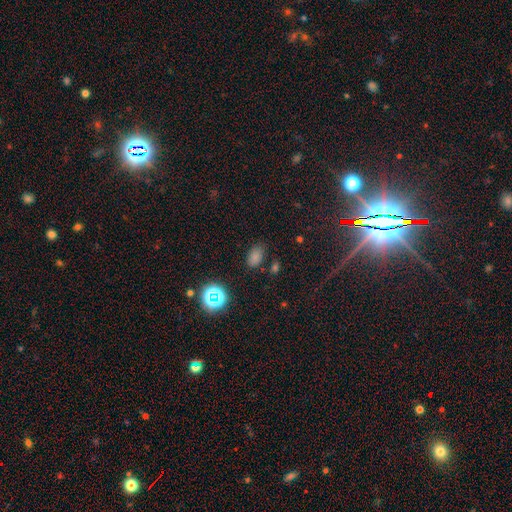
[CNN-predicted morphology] type=smooth (72%); roundness=in between (87%); merging=none (75%).